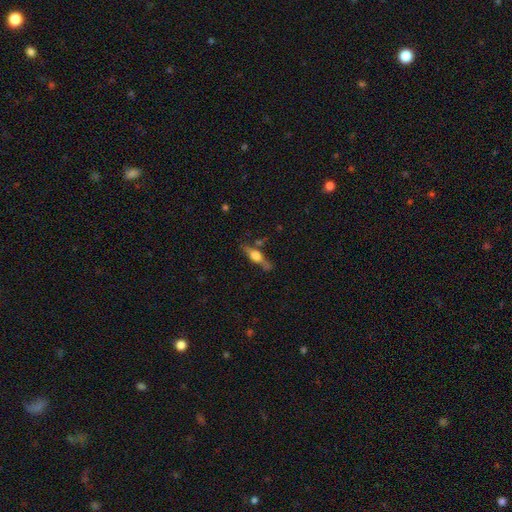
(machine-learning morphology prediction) featured or disk 59%, smooth 32%, star or artifact 9%. Down the decision tree: edge-on disk — yes (91%); edge-on bulge — rounded (88%); merging — none (67%).